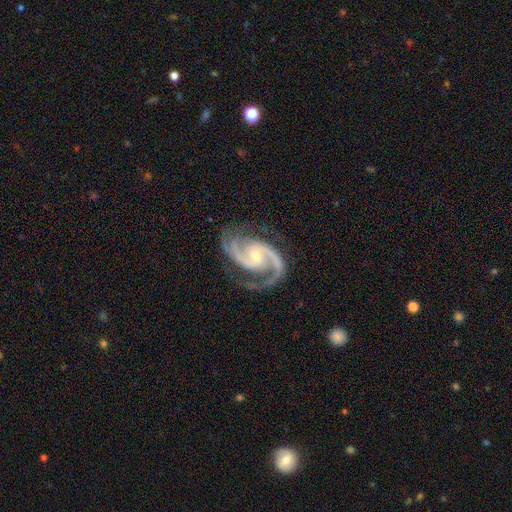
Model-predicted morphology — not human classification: featured or disk 94%, star or artifact 4%, smooth 2%. Down the decision tree: edge-on disk — no (98%); bar — no (54%); spiral arms — yes (99%); spiral arm count — 2 (87%); spiral winding — medium (62%); bulge size — small (66%); merging — none (76%).